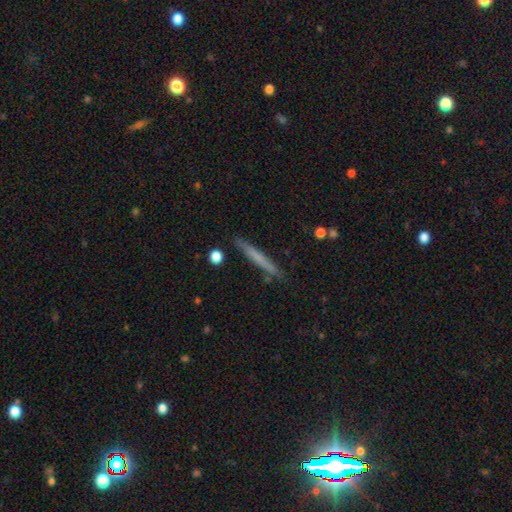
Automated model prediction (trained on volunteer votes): smooth_or_featured: smooth (p=0.51) [alt: featured or disk p=0.39]
how_rounded: cigar-shaped (p=0.95) [alt: in between p=0.03]
merging: none (p=0.87) [alt: minor disturbance p=0.09]